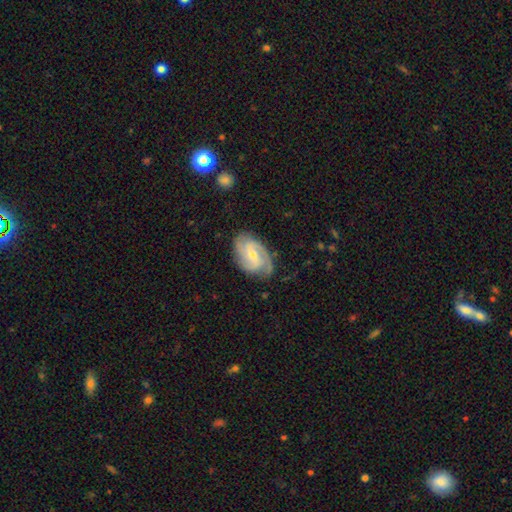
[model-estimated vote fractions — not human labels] A featured or disk galaxy (82%) with a weak bar (45%), 2 (44%) tight (49%) spiral arms (96%) and a small central bulge (52%). Merging: none (77%).